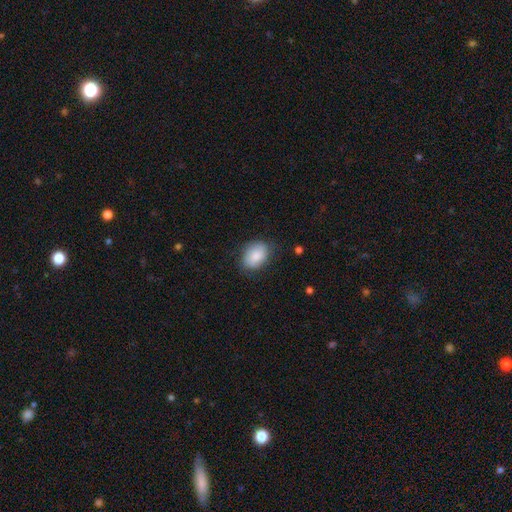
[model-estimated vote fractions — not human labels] A smooth galaxy with no disk features (83%) that is in between round and cigar-shaped (72%).

Vote fractions:
- Smooth or featured? smooth: 83% / featured or disk: 10% / star or artifact: 7%
- How rounded? in between: 72% / round: 27% / cigar-shaped: 1%
- Merging? none: 74% / minor disturbance: 20% / major disturbance: 5% / merger: 1%